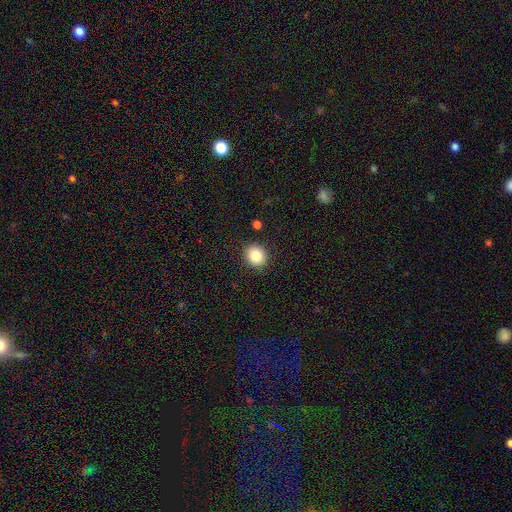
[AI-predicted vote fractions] Morphology: type=smooth (85%); roundness=round (73%); merging=none (90%).